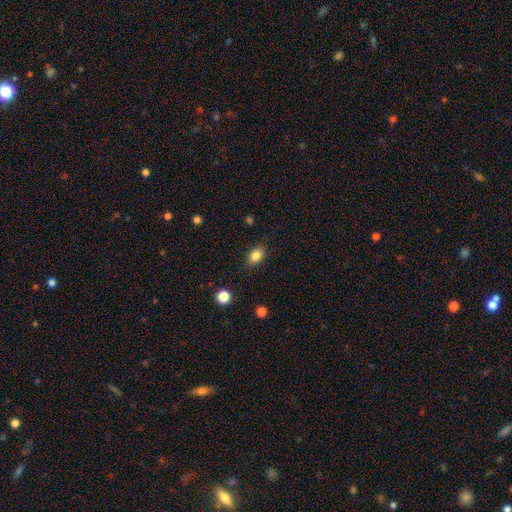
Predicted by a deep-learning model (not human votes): Smooth or featured: smooth — 84% (star or artifact — 10%)
How rounded: in between — 74% (round — 24%)
Merging: none — 84% (minor disturbance — 12%)